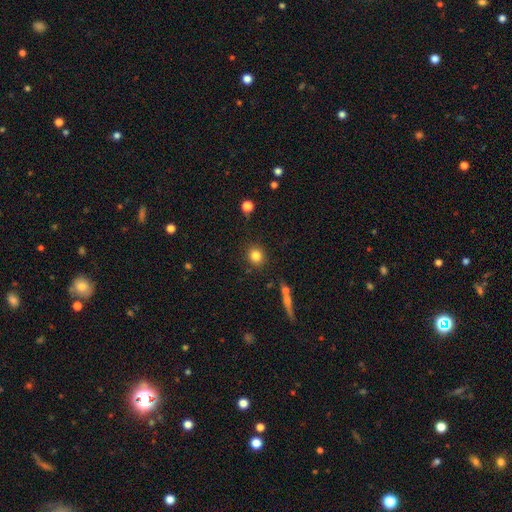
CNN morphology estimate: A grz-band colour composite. It shows a smooth galaxy with no disk features (83%) that is round (87%). Merging: none (87%).